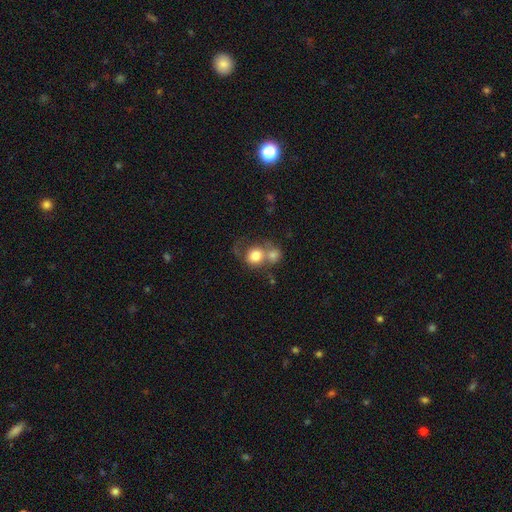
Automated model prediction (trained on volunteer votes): Morphology: type=smooth (76%); roundness=round (79%); merging=merger (55%).